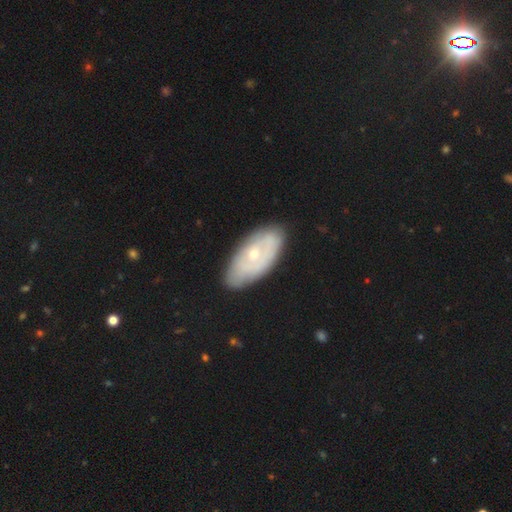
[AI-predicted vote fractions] This appears to be a featured or disk galaxy (54%). Merging: none (79%).